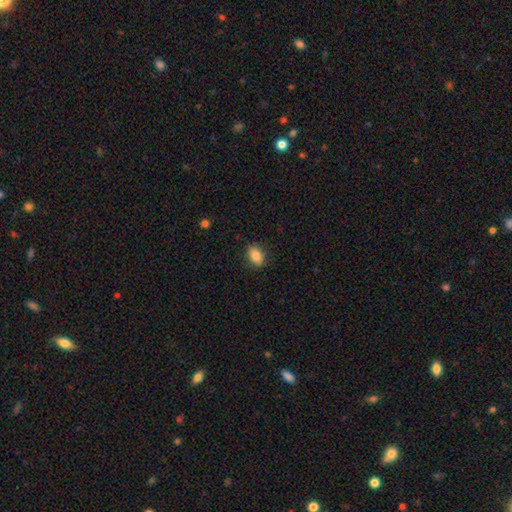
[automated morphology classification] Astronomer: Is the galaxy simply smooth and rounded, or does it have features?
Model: smooth — 83%.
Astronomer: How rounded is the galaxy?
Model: in between — 80%.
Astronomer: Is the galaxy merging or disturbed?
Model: none — 86%.